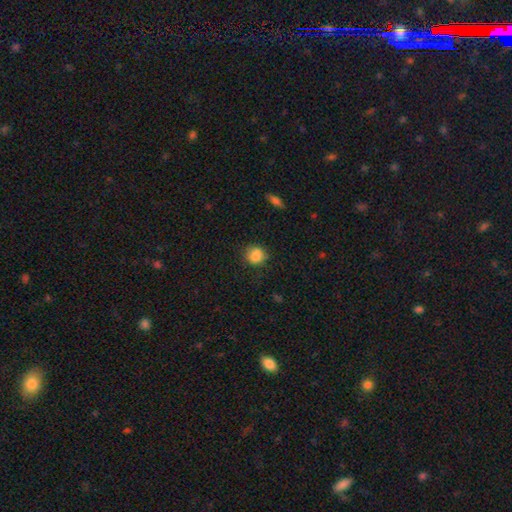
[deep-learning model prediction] Smooth or featured? Predicted: smooth (p=0.84). How rounded? Predicted: round (p=0.76). Merging? Predicted: none (p=0.75).